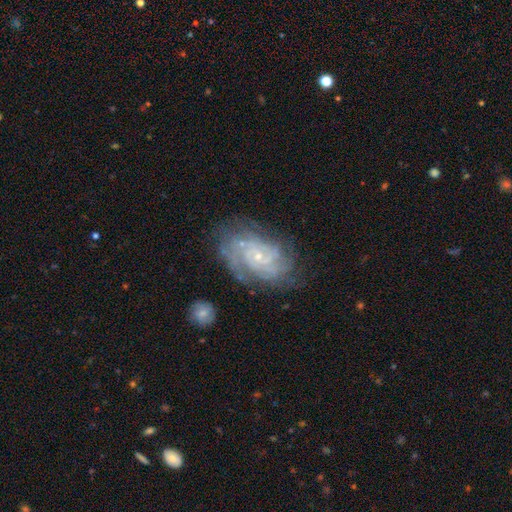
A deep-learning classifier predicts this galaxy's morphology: type=featured or disk (79%); edge-on=no (96%); bar=no (68%); spiral arms=yes (94%); winding=tight (63%); arm count=can't tell (35%); bulge=small (80%); merging=none (75%).